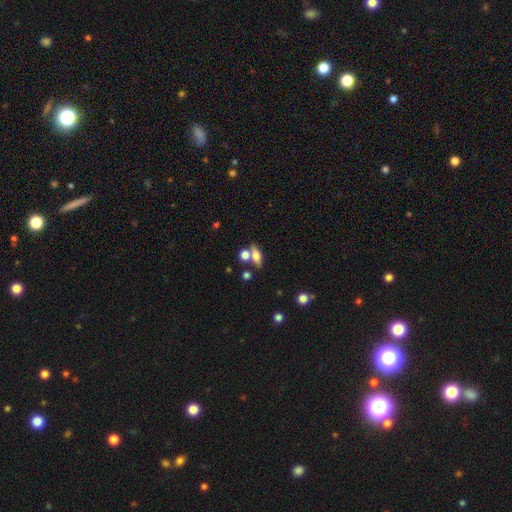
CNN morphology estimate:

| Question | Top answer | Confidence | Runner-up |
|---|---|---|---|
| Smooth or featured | smooth | 56% | featured or disk (33%) |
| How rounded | in between | 56% | cigar-shaped (30%) |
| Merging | none | 58% | merger (26%) |